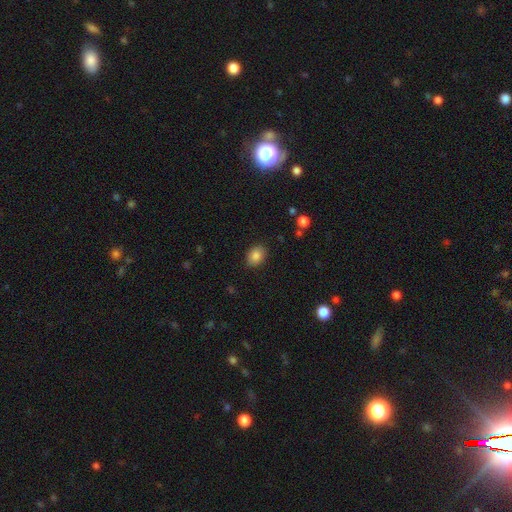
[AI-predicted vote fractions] smooth_or_featured: smooth (p=0.86) [alt: star or artifact p=0.09]
how_rounded: in between (p=0.70) [alt: round p=0.29]
merging: none (p=0.87) [alt: minor disturbance p=0.09]